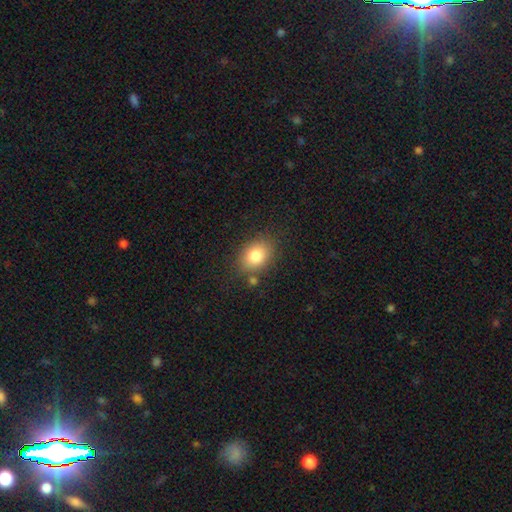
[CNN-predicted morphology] Q: Smooth or featured?
A: smooth (82%); runner-up: featured or disk (10%)
Q: How rounded?
A: in between (73%); runner-up: round (26%)
Q: Merging?
A: none (77%); runner-up: minor disturbance (14%)